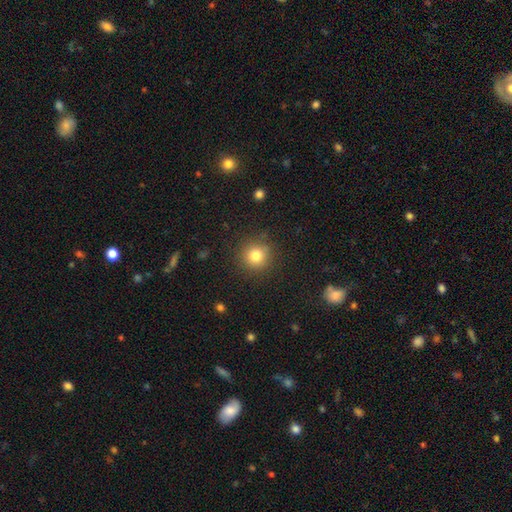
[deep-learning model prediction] smooth 81%, star or artifact 12%, featured or disk 7%. Down the decision tree: how rounded — round (93%); merging — none (88%).